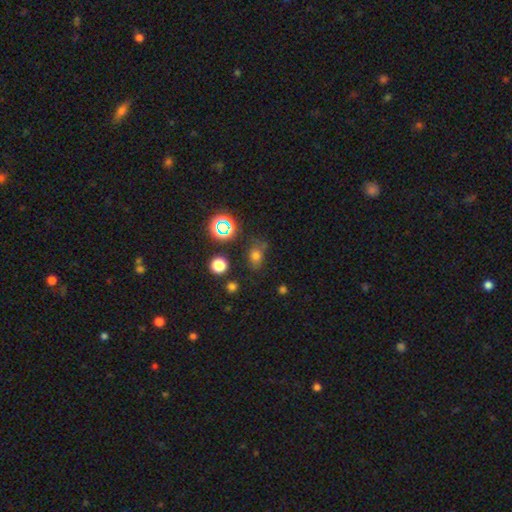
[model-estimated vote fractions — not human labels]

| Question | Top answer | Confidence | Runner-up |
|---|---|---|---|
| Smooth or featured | smooth | 66% | star or artifact (25%) |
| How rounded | in between | 60% | round (38%) |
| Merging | none | 67% | minor disturbance (20%) |